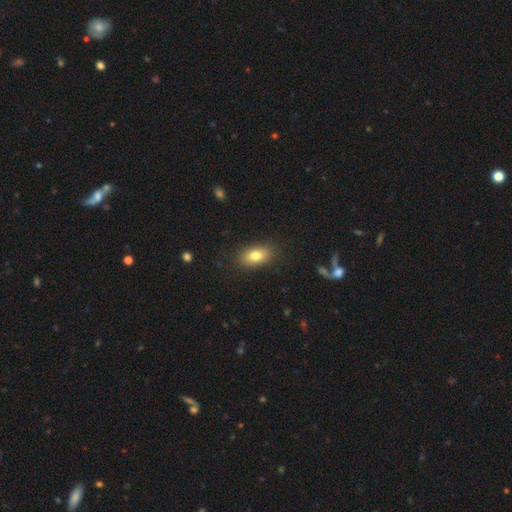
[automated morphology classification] Smooth or featured? smooth (79%)
How rounded? in between (87%)
Merging? none (86%)